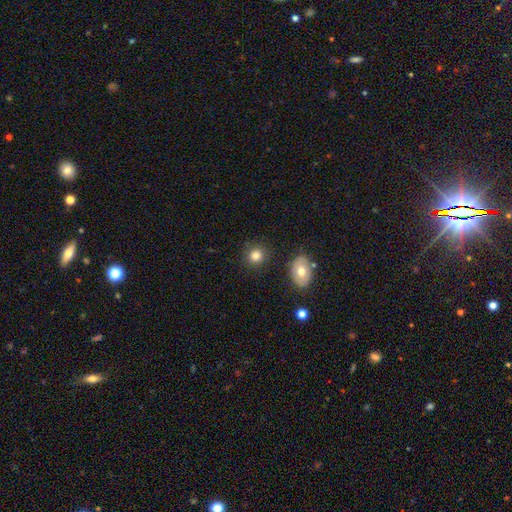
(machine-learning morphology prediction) Smooth or featured? Predicted: smooth (p=0.81). How rounded? Predicted: round (p=0.81). Merging? Predicted: none (p=0.85).